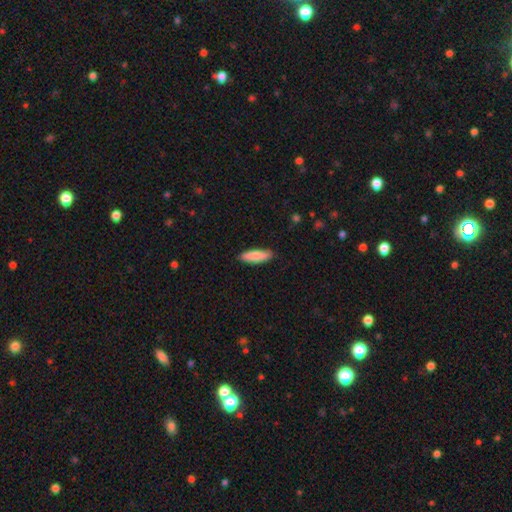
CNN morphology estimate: The model was most divided on "how rounded": cigar-shaped: 51%, in between: 47%, round: 2%. More confident: merging — none (88%); smooth or featured — smooth (86%).